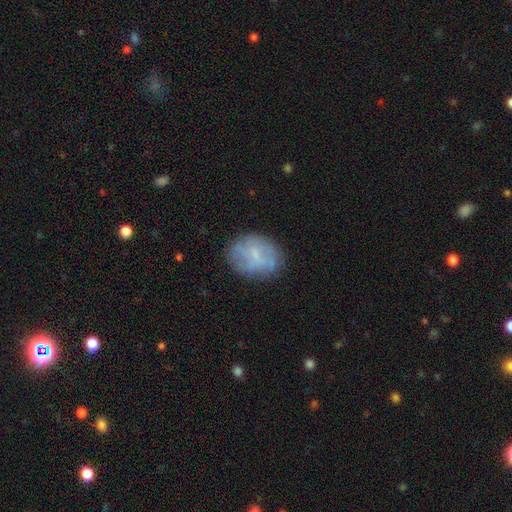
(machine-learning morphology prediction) A smooth galaxy with no disk features (53%) that is in between round and cigar-shaped (53%). Merging: none (72%).